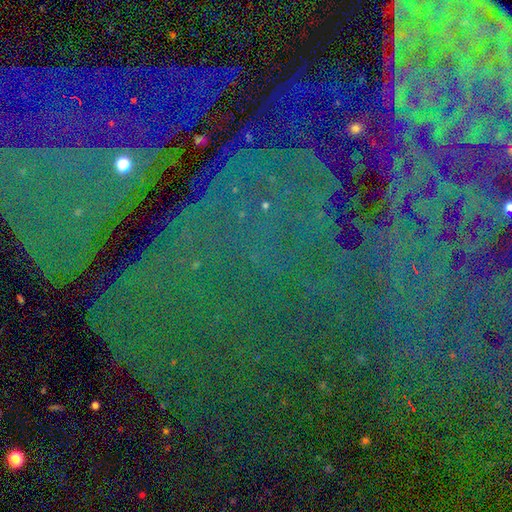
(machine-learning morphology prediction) smooth_or_featured: star or artifact (p=0.84) [alt: featured or disk p=0.08]